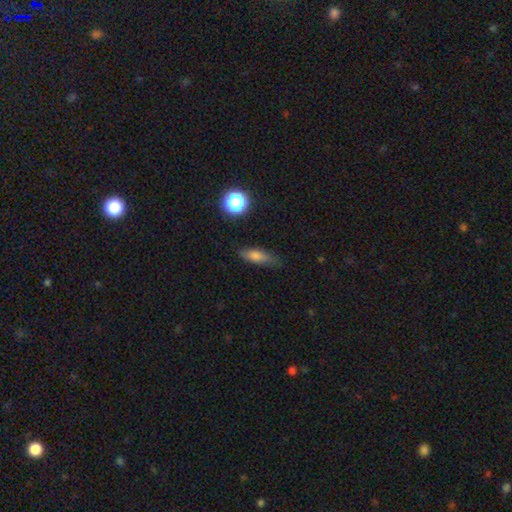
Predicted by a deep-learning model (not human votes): Smooth or featured: smooth — 72% (featured or disk — 17%)
How rounded: in between — 56% (cigar-shaped — 38%)
Merging: none — 74% (minor disturbance — 20%)